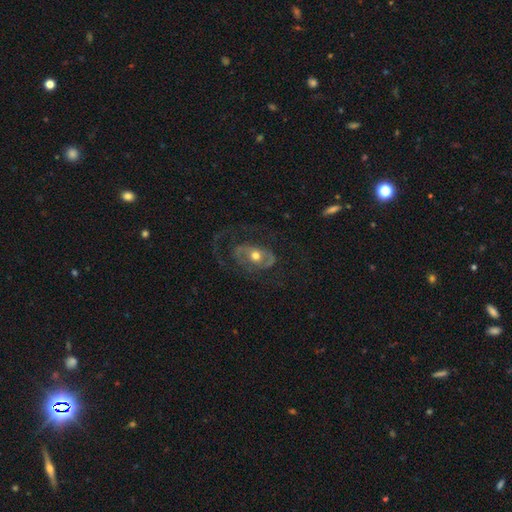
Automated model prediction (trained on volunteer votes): Overall: featured or disk (70%). Edge-on disk: no (95%). Bar: no (72%). Spiral arms: yes (68%; no 32%). Bulge size: moderate (73%). Merging: none (45%; major disturbance 34%).